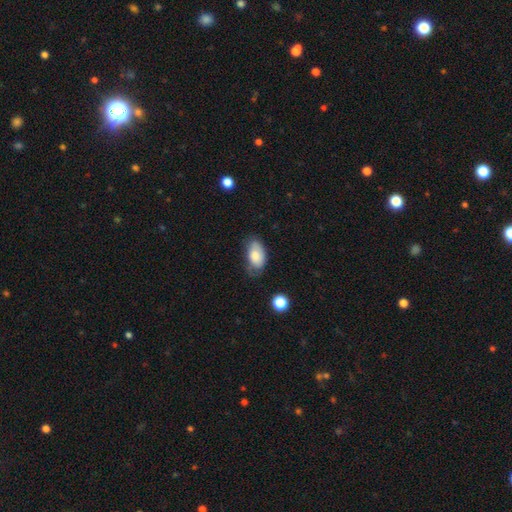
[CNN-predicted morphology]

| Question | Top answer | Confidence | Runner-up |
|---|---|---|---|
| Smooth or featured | smooth | 78% | featured or disk (15%) |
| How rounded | in between | 93% | round (5%) |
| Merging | none | 56% | minor disturbance (32%) |